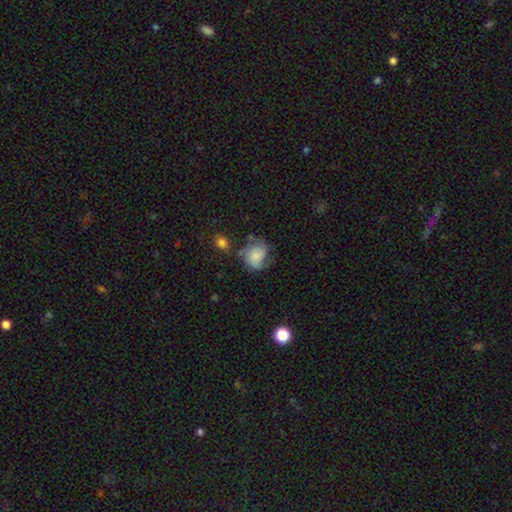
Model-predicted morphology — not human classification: A featured or disk galaxy (47%).

Vote fractions:
- Smooth or featured? featured or disk: 47% / smooth: 44% / star or artifact: 9%
- Merging? none: 49% / minor disturbance: 27% / major disturbance: 19% / merger: 5%